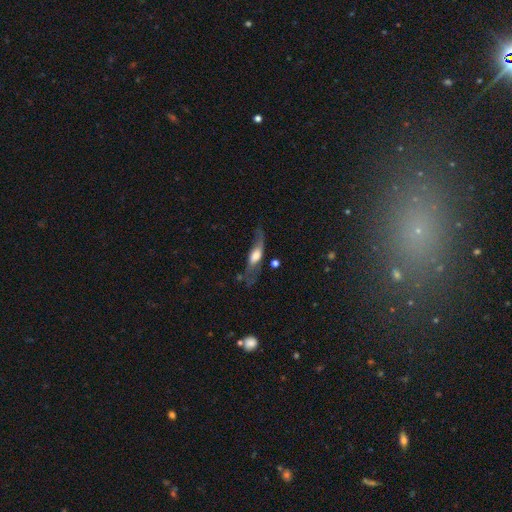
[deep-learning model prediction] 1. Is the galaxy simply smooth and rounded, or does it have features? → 54% featured or disk, 38% smooth, 7% star or artifact.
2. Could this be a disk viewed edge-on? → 53% yes, 47% no.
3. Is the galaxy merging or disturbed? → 49% none, 24% minor disturbance, 22% major disturbance, 4% merger.